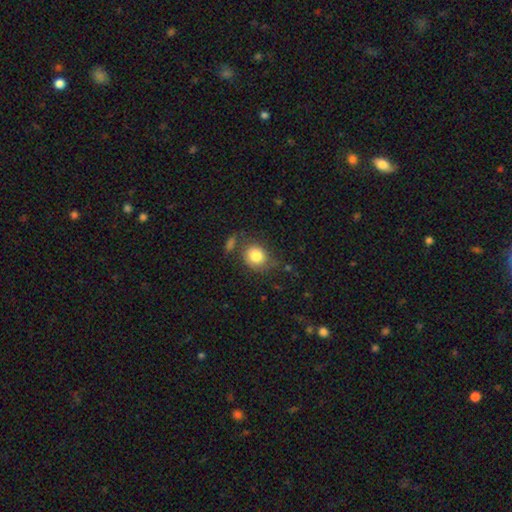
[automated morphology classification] Overall: smooth (82%). How rounded: round (68%; in between 31%). Merging: none (62%).